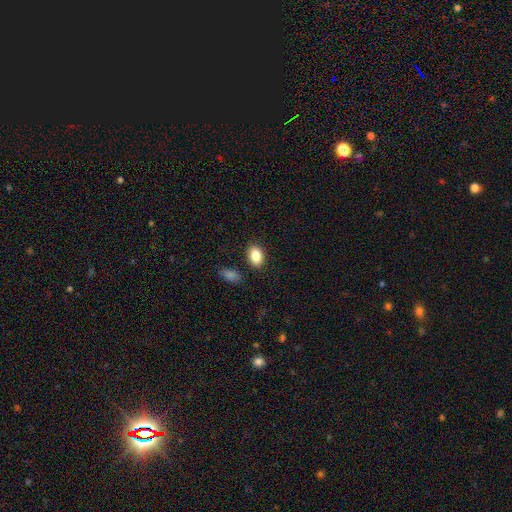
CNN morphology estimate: Smooth or featured?
  - smooth: 86% *
  - star or artifact: 8%
  - featured or disk: 7%
How rounded?
  - in between: 84% *
  - round: 15%
  - cigar-shaped: 1%
Merging?
  - none: 85% *
  - minor disturbance: 9%
  - merger: 3%
  - major disturbance: 3%